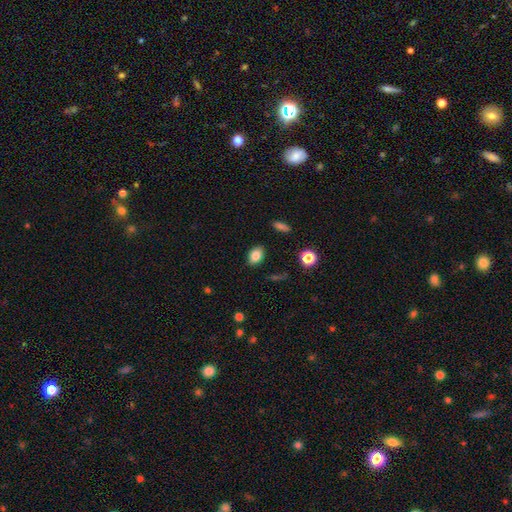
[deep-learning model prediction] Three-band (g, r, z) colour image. It shows a smooth galaxy with no disk features (83%) that is in between round and cigar-shaped (79%). Merging: none (86%).